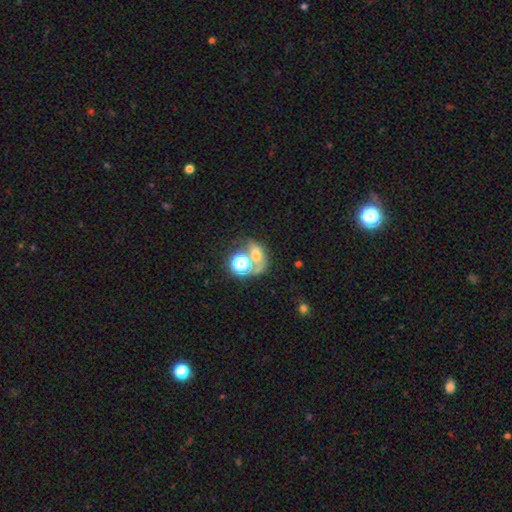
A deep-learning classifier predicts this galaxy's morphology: type=smooth (50%); roundness=in between (53%); merging=merger (39%).